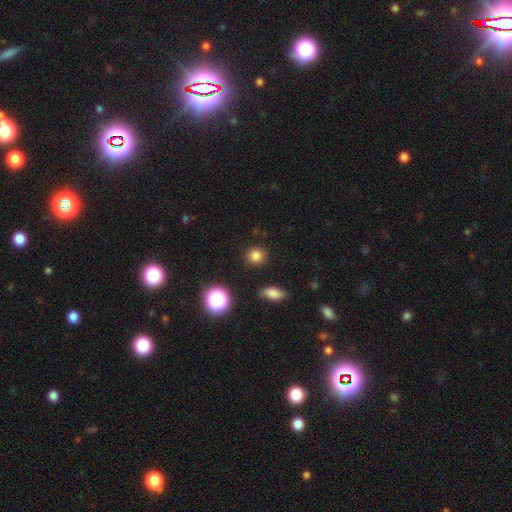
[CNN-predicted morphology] Smooth or featured? Predicted: smooth (p=0.82). How rounded? Predicted: round (p=0.89). Merging? Predicted: none (p=0.90).